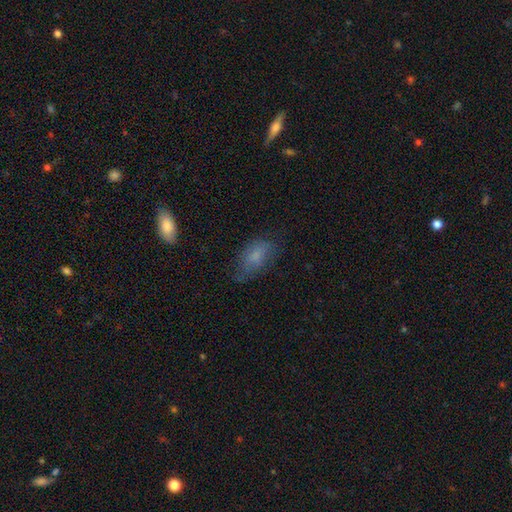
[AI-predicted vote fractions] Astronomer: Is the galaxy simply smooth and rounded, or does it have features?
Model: smooth — 73%.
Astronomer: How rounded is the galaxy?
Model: in between — 90%.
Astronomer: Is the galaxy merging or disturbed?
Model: none — 59%.